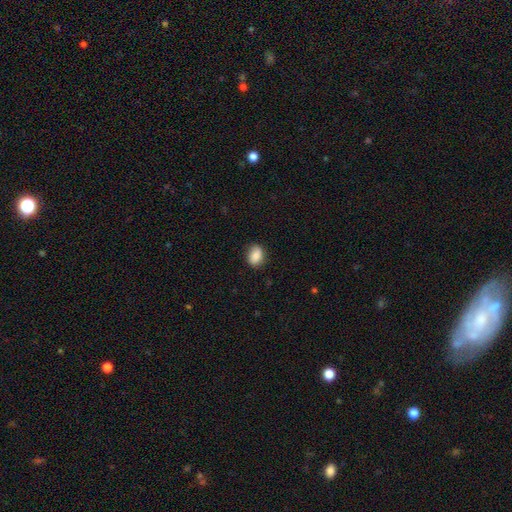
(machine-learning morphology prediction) Smooth or featured: smooth — 86% (star or artifact — 8%)
How rounded: in between — 72% (round — 27%)
Merging: none — 80% (minor disturbance — 16%)